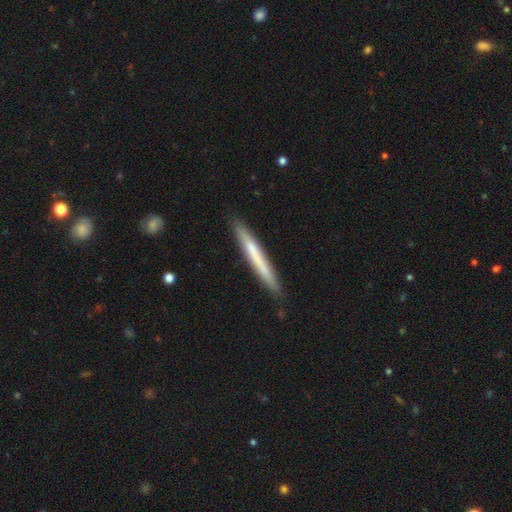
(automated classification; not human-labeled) smooth-or-featured: smooth: 58% | featured or disk: 36% | star or artifact: 6%
  how-rounded: cigar-shaped: 97% | in between: 2% | round: 1%
  merging: none: 89% | minor disturbance: 8% | major disturbance: 1% | merger: 1%